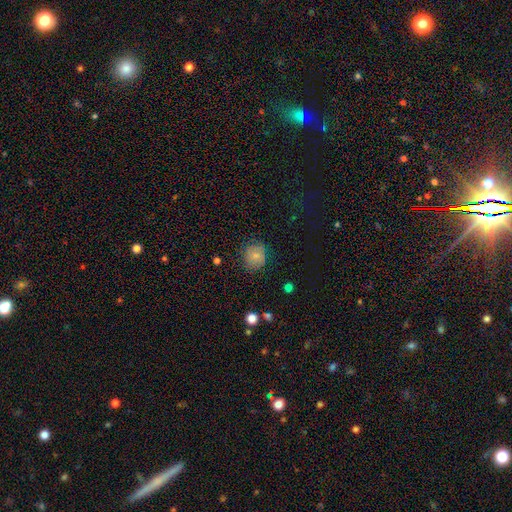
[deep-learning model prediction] Smooth or featured: smooth — 74% (featured or disk — 14%)
How rounded: round — 78% (in between — 21%)
Merging: none — 78% (minor disturbance — 16%)